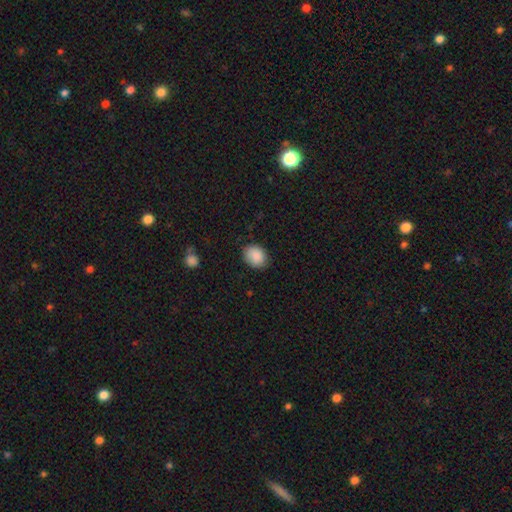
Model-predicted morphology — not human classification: Smooth or featured? Predicted: smooth (p=0.89). How rounded? Predicted: in between (p=0.53). Merging? Predicted: none (p=0.83).